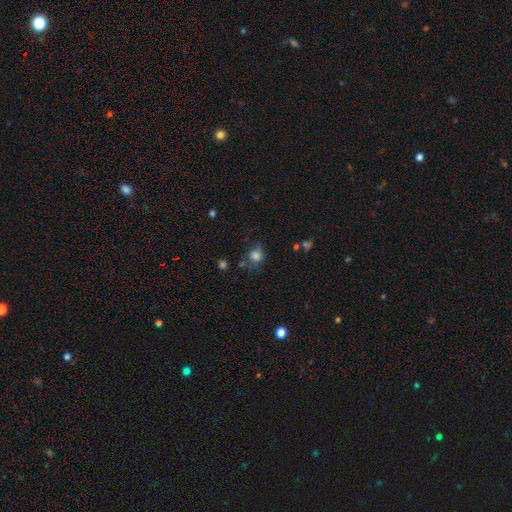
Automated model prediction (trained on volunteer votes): smooth_or_featured: smooth (p=0.79) [alt: star or artifact p=0.12]
how_rounded: round (p=0.71) [alt: in between p=0.28]
merging: none (p=0.57) [alt: minor disturbance p=0.25]